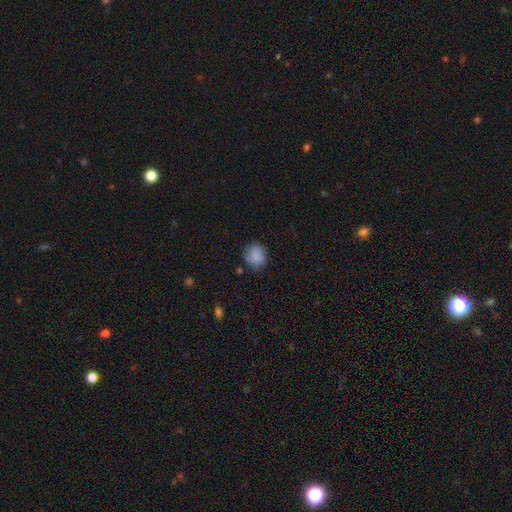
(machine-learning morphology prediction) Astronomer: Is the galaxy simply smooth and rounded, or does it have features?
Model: smooth — 83%.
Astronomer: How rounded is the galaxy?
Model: round — 72%.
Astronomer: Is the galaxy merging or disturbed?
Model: none — 71%.